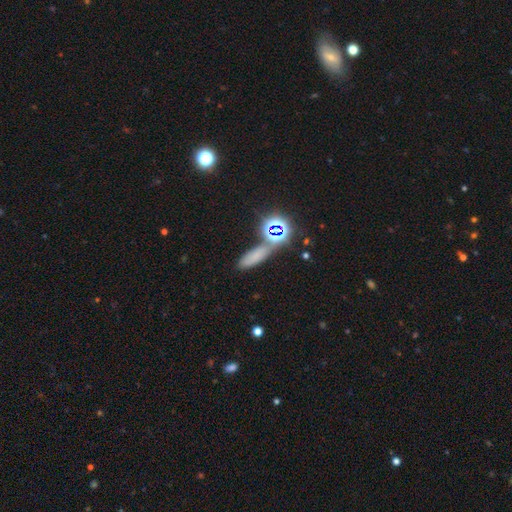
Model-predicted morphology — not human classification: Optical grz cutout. It shows a smooth galaxy with no disk features (60%) that is in between round and cigar-shaped (47%). Merging: none (69%).